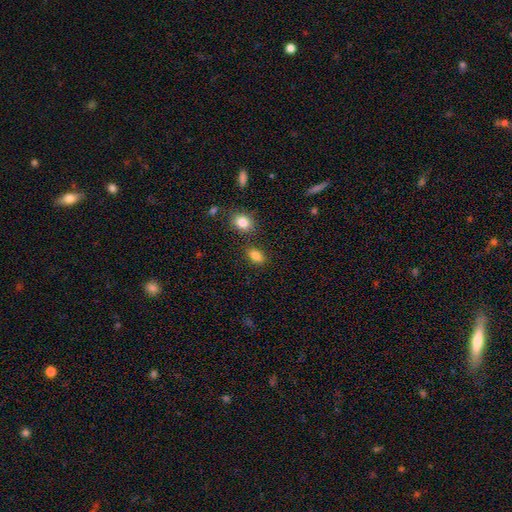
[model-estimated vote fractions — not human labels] smooth_or_featured: smooth (p=0.85) [alt: star or artifact p=0.10]
how_rounded: in between (p=0.81) [alt: round p=0.17]
merging: none (p=0.80) [alt: minor disturbance p=0.10]